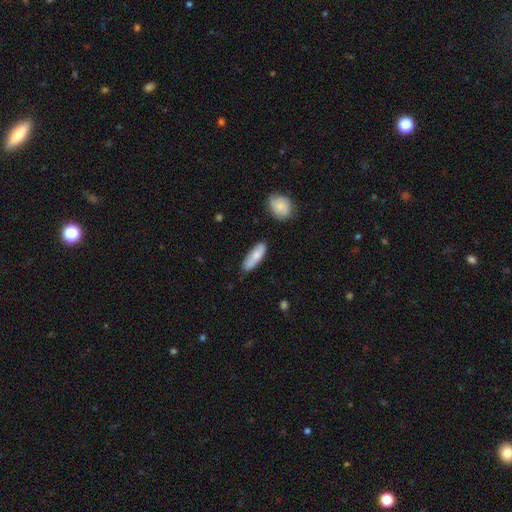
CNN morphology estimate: smooth-or-featured: smooth: 76% | featured or disk: 18% | star or artifact: 6%
  how-rounded: in between: 56% | cigar-shaped: 42% | round: 2%
  merging: none: 79% | minor disturbance: 15% | merger: 3% | major disturbance: 3%